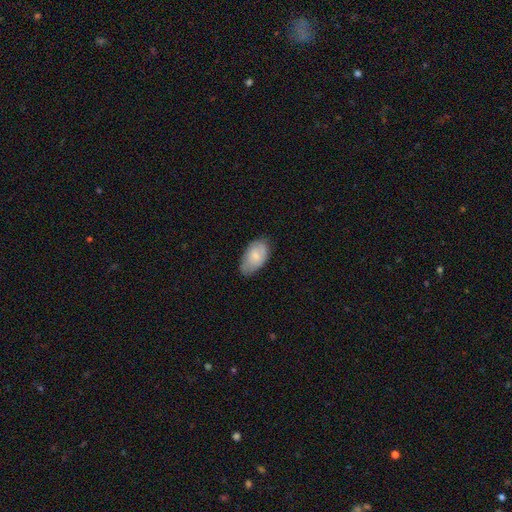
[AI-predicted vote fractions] The model was most divided on "merging": none: 67%, minor disturbance: 27%, major disturbance: 4%, merger: 1%. More confident: how rounded — in between (94%); smooth or featured — smooth (74%).